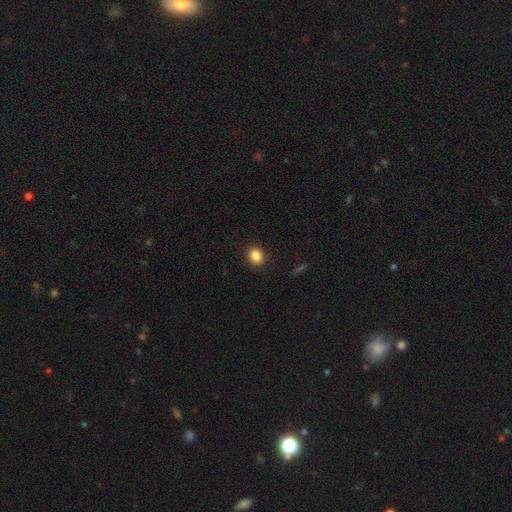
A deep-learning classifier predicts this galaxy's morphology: Smooth or featured: smooth — 86% (star or artifact — 9%)
How rounded: round — 60% (in between — 39%)
Merging: none — 90% (minor disturbance — 7%)